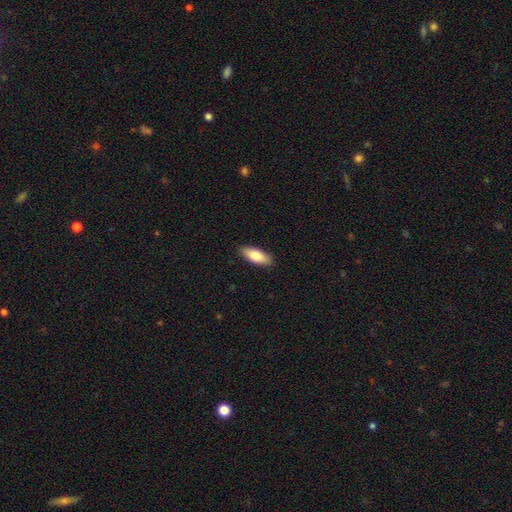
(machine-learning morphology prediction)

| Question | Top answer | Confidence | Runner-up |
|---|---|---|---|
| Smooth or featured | smooth | 80% | featured or disk (14%) |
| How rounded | in between | 76% | cigar-shaped (22%) |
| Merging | none | 89% | minor disturbance (9%) |